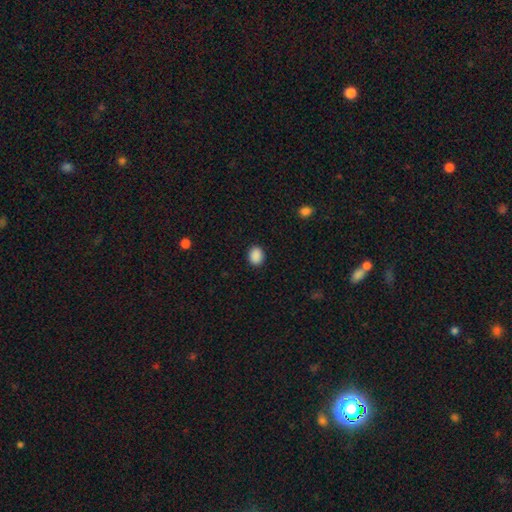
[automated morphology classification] smooth-or-featured: smooth: 89% | star or artifact: 8% | featured or disk: 2%
  how-rounded: in between: 52% | round: 47% | cigar-shaped: 1%
  merging: none: 90% | minor disturbance: 7% | major disturbance: 2% | merger: 1%